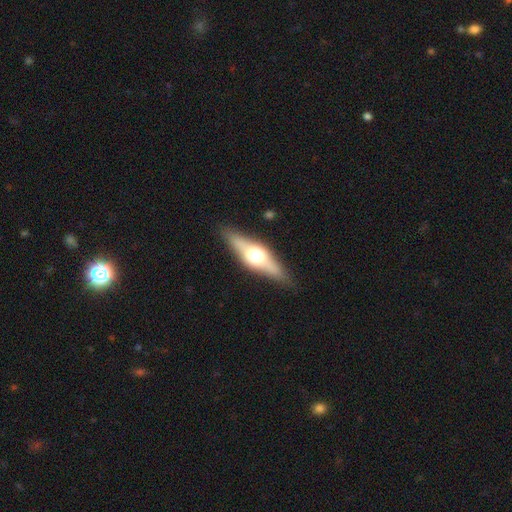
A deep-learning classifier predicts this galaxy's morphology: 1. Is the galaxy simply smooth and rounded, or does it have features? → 61% featured or disk, 33% smooth, 6% star or artifact.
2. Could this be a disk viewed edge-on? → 92% yes, 8% no.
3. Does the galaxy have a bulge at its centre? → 93% rounded, 5% boxy, 2% none.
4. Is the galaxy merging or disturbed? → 87% none, 10% minor disturbance, 2% major disturbance, 1% merger.